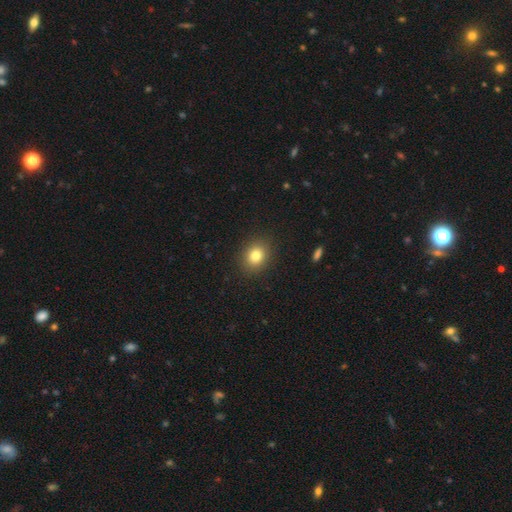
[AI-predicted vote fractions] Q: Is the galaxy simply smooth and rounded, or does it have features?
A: smooth — 81%.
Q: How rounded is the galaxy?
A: round — 59%.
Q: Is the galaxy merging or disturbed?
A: none — 89%.